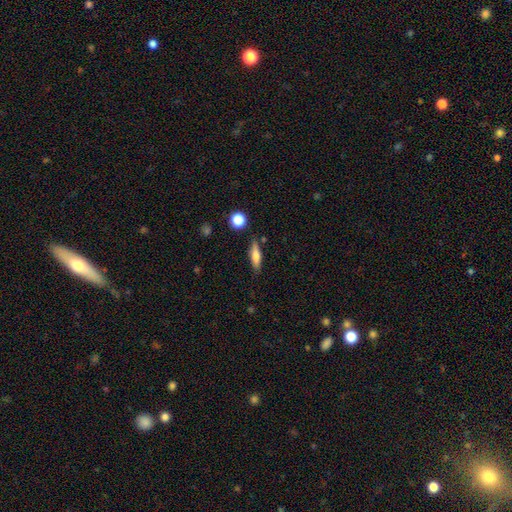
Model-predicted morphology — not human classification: A smooth galaxy with no disk features (68%) that is cigar-shaped (62%). Merging: none (82%).